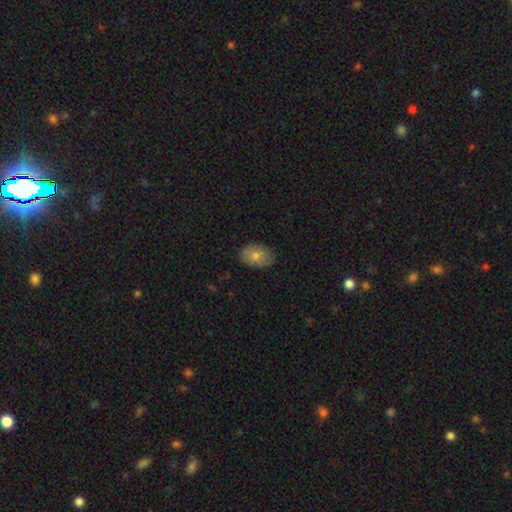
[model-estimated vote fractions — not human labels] A smooth galaxy with no disk features (77%) that is in between round and cigar-shaped (85%). Merging: none (85%).